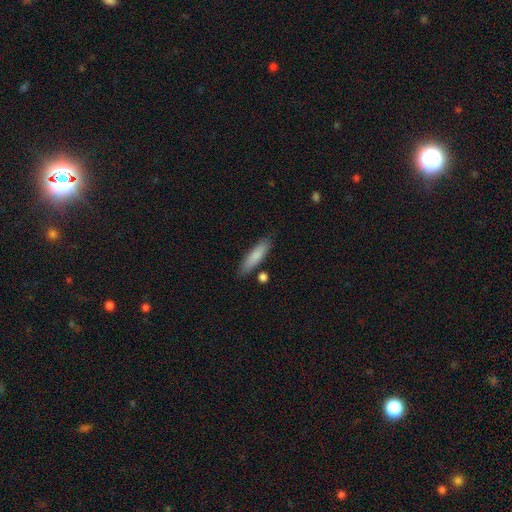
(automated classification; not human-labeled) The model was most divided on "how rounded": cigar-shaped: 69%, in between: 29%, round: 2%. More confident: smooth or featured — smooth (83%); merging — none (82%).